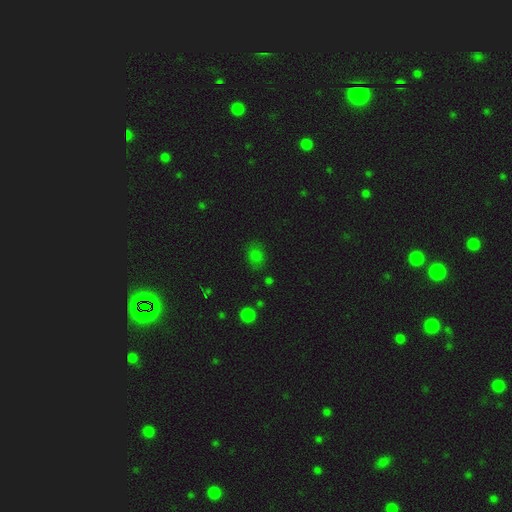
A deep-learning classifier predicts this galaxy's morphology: Smooth or featured? Predicted: smooth (p=0.74). How rounded? Predicted: in between (p=0.54). Merging? Predicted: none (p=0.74).